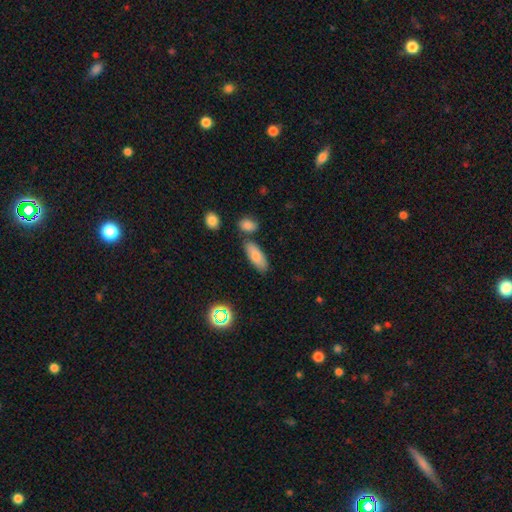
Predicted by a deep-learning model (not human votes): The model was most divided on "how rounded": in between: 74%, cigar-shaped: 23%, round: 3%. More confident: merging — none (75%); smooth or featured — smooth (73%).